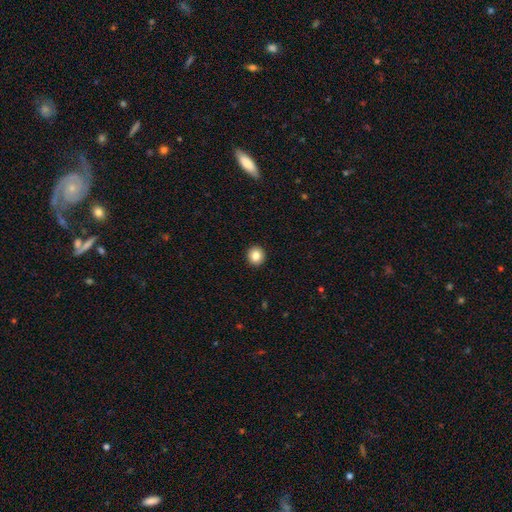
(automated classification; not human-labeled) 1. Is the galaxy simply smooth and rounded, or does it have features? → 85% smooth, 9% star or artifact, 6% featured or disk.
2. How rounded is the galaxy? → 92% round, 7% in between, 1% cigar-shaped.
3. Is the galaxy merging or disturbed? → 94% none, 4% minor disturbance, 1% major disturbance, 1% merger.